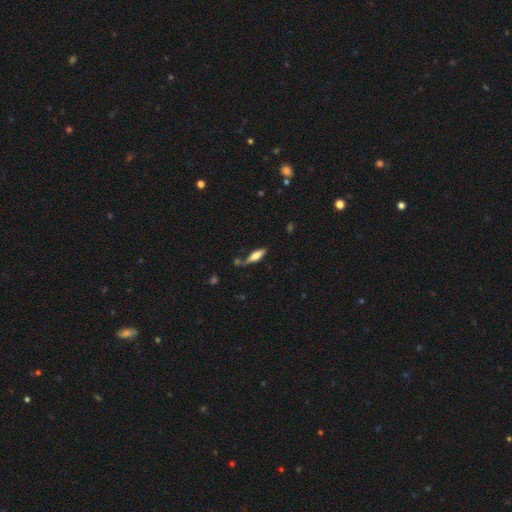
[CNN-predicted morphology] Smooth or featured?
  - smooth: 54% *
  - featured or disk: 38%
  - star or artifact: 7%
How rounded?
  - cigar-shaped: 54% *
  - in between: 44%
  - round: 2%
Merging?
  - none: 63% *
  - minor disturbance: 20%
  - merger: 11%
  - major disturbance: 6%